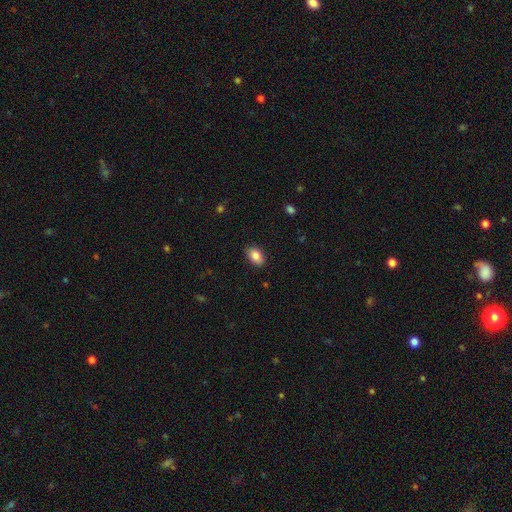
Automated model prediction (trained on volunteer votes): smooth-or-featured: smooth: 85% | featured or disk: 8% | star or artifact: 7%
  how-rounded: in between: 90% | round: 9% | cigar-shaped: 2%
  merging: none: 89% | minor disturbance: 8% | major disturbance: 2% | merger: 1%